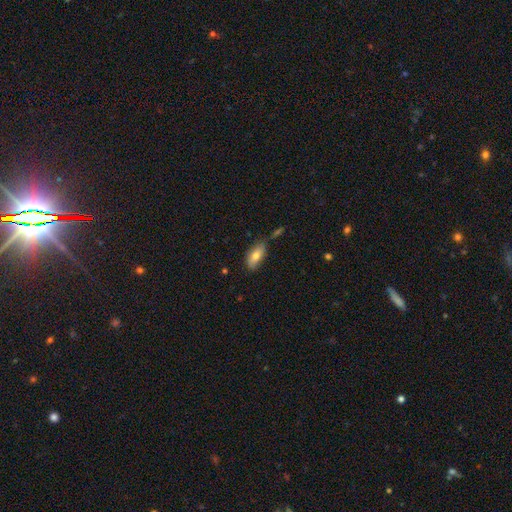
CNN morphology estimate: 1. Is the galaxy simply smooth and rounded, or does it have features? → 77% smooth, 16% featured or disk, 7% star or artifact.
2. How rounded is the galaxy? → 84% in between, 13% cigar-shaped, 3% round.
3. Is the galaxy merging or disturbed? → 68% none, 21% minor disturbance, 7% merger, 4% major disturbance.